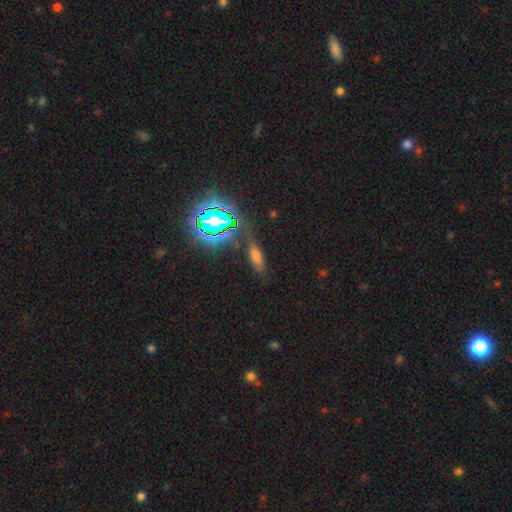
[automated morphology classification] Overall: smooth (50%; star or artifact 33%). Merging: none (72%).